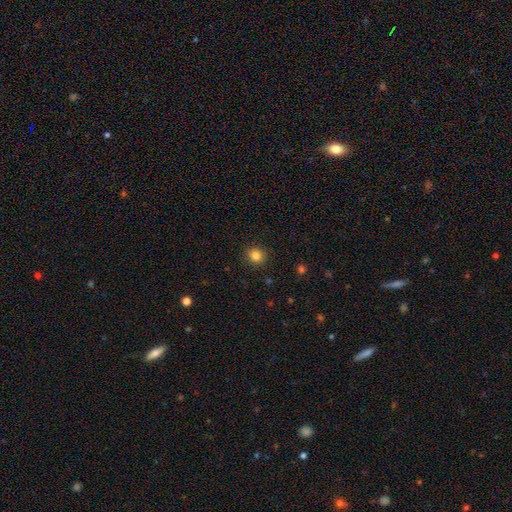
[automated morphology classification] Smooth or featured?
  - smooth: 84% *
  - star or artifact: 11%
  - featured or disk: 5%
How rounded?
  - round: 83% *
  - in between: 16%
  - cigar-shaped: 1%
Merging?
  - none: 90% *
  - minor disturbance: 7%
  - major disturbance: 2%
  - merger: 1%